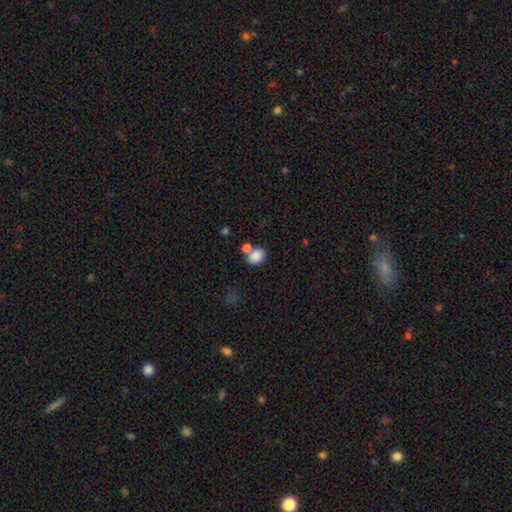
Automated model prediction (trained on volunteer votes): Q: Smooth or featured?
A: smooth (84%); runner-up: star or artifact (10%)
Q: How rounded?
A: in between (61%); runner-up: round (38%)
Q: Merging?
A: none (54%); runner-up: merger (30%)